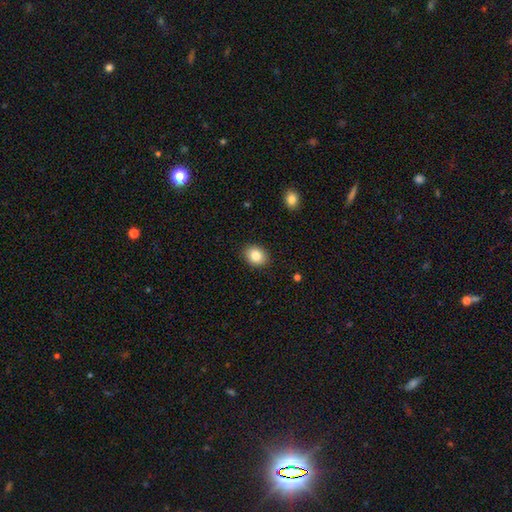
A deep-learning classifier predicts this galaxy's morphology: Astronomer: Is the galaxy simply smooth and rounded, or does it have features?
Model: smooth — 84%.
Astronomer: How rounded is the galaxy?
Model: in between — 51% (runner-up: round, 48%).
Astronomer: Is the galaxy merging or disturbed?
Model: none — 89%.